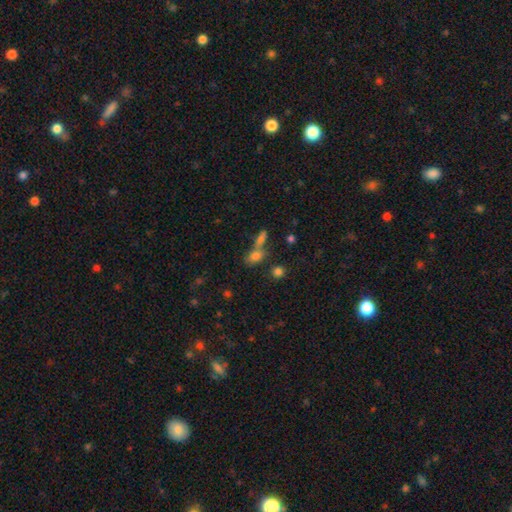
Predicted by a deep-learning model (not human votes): The model was most divided on "merging": merger: 45%, none: 39%, minor disturbance: 10%, major disturbance: 6%. More confident: smooth or featured — smooth (72%); how rounded — in between (70%).